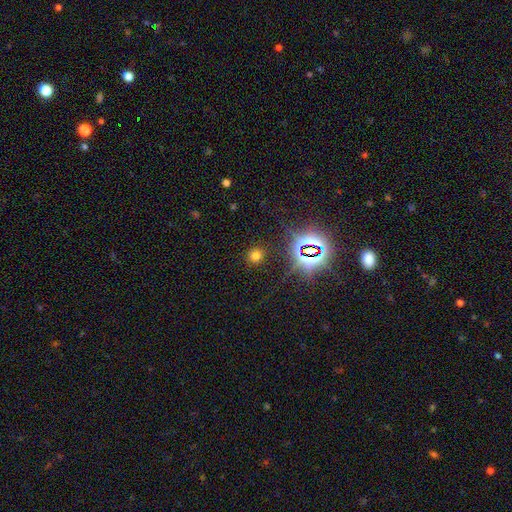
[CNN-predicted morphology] Smooth or featured? smooth (64%)
How rounded? round (87%)
Merging? none (87%)